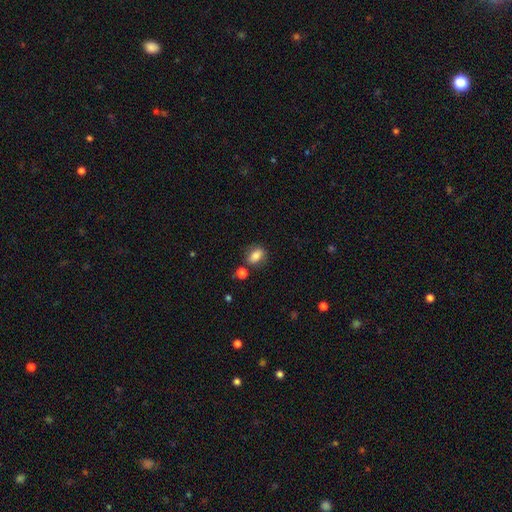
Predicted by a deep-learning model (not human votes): Morphology: type=smooth (80%); roundness=in between (75%); merging=none (72%).